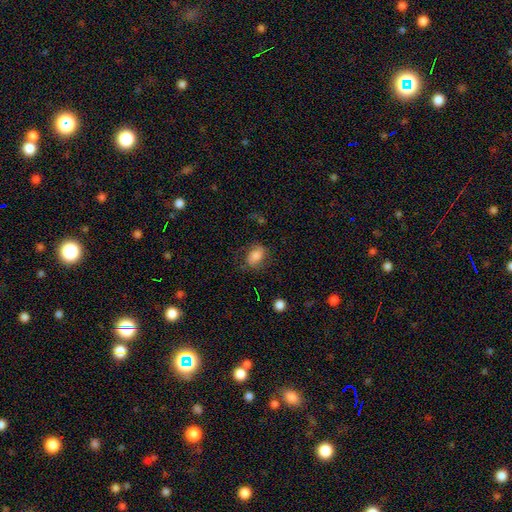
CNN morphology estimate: This appears to be a smooth galaxy with no disk features (71%) that is in between round and cigar-shaped (74%). Merging: none (64%).